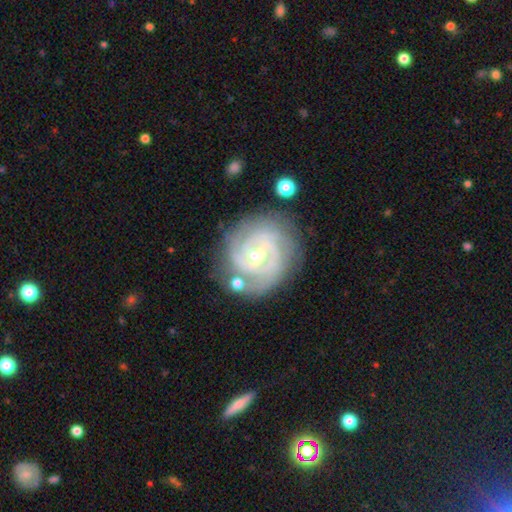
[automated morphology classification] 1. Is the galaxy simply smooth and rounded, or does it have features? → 88% featured or disk, 7% smooth, 5% star or artifact.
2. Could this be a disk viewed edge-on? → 98% no, 2% yes.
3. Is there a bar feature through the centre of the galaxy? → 48% weak, 35% no, 17% strong.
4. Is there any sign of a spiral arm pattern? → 96% yes, 4% no.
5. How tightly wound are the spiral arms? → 74% tight, 22% medium, 4% loose.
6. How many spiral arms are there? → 30% 2, 29% 3, 20% can't tell, 10% 4, 5% 1, 5% more than 4.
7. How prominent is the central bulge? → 63% moderate, 32% small, 3% large, 1% none, 1% dominant.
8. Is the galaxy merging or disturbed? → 74% none, 16% minor disturbance, 6% major disturbance, 4% merger.